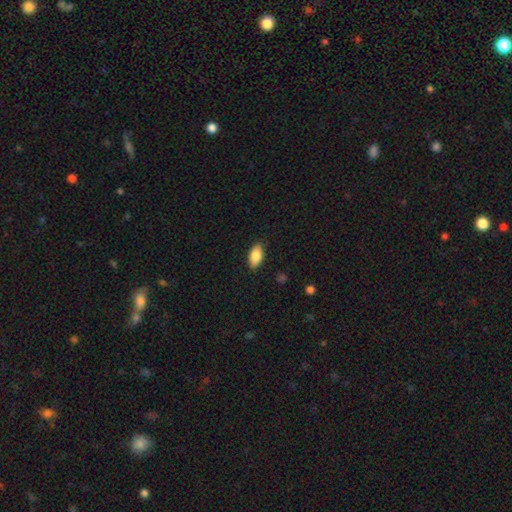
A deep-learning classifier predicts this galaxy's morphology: A smooth galaxy with no disk features (84%) that is in between round and cigar-shaped (91%).

Vote fractions:
- Smooth or featured? smooth: 84% / featured or disk: 10% / star or artifact: 7%
- How rounded? in between: 91% / cigar-shaped: 6% / round: 3%
- Merging? none: 88% / minor disturbance: 9% / major disturbance: 2% / merger: 1%